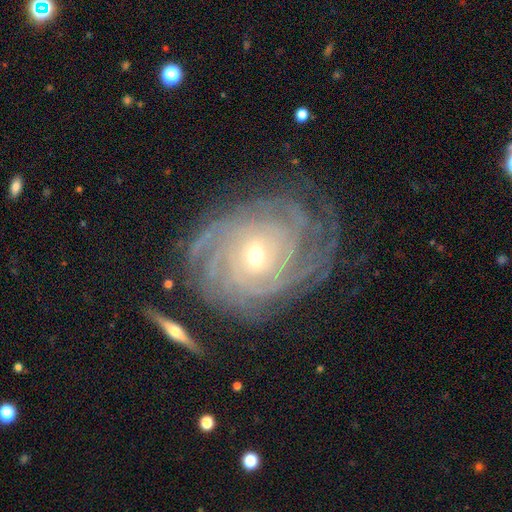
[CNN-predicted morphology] A featured or disk galaxy (89%) with no bar (55%), 4 (26%) tight (83%) spiral arms (98%) and a small central bulge (55%).

Vote fractions:
- Smooth or featured? featured or disk: 89% / star or artifact: 6% / smooth: 5%
- Edge-on disk? no: 96% / yes: 4%
- Bar? no: 55% / weak: 32% / strong: 13%
- Spiral arms? yes: 98% / no: 2%
- Spiral winding? tight: 83% / medium: 14% / loose: 3%
- Spiral arm count? 4: 26% / more than 4: 25% / can't tell: 23% / 3: 12% / 2: 8% / 1: 6%
- Bulge size? small: 55% / moderate: 42% / large: 2% / none: 1% / dominant: 1%
- Merging? none: 76% / minor disturbance: 15% / major disturbance: 6% / merger: 2%